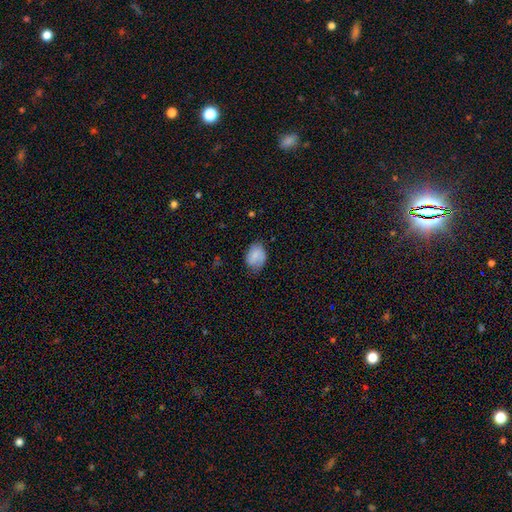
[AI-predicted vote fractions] This appears to be a smooth galaxy with no disk features (68%) that is in between round and cigar-shaped (74%). Merging: none (64%).